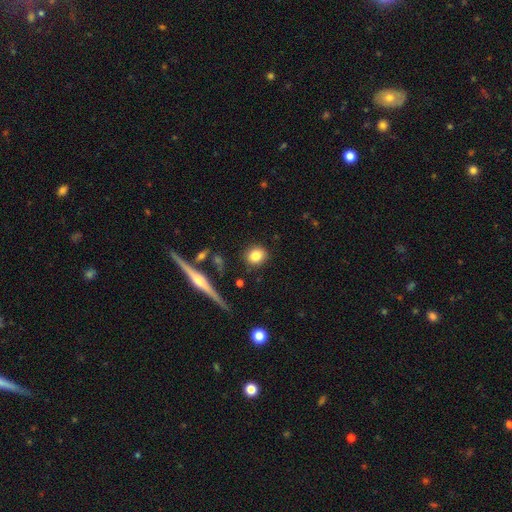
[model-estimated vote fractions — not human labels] Q: Smooth or featured?
A: smooth (81%); runner-up: featured or disk (10%)
Q: How rounded?
A: round (76%); runner-up: in between (22%)
Q: Merging?
A: none (88%); runner-up: minor disturbance (8%)